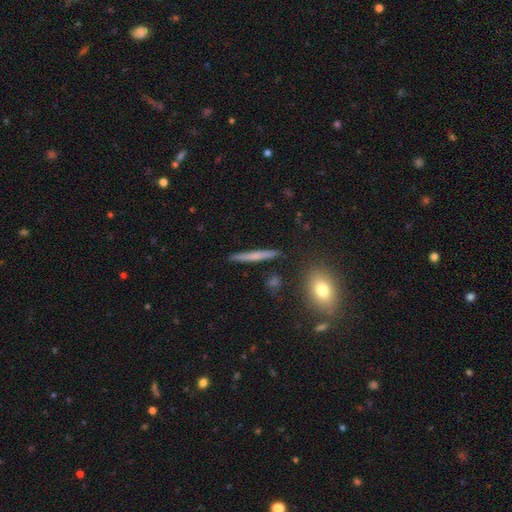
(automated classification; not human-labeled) Q: Smooth or featured?
A: featured or disk (47%); runner-up: smooth (45%)
Q: Merging?
A: none (89%); runner-up: minor disturbance (8%)